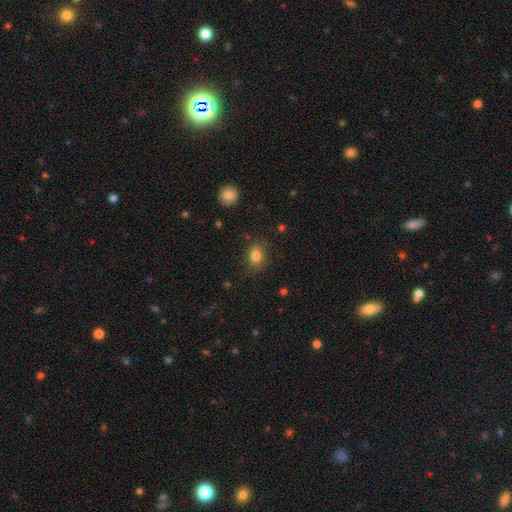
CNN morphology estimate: Smooth or featured: smooth — 81% (star or artifact — 11%)
How rounded: in between — 60% (round — 39%)
Merging: none — 81% (minor disturbance — 13%)